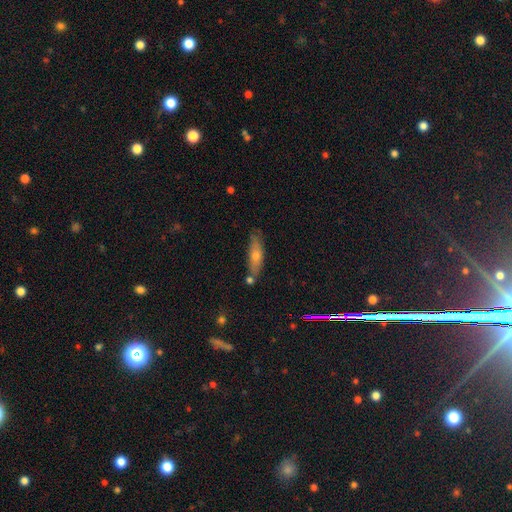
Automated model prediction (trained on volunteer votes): smooth-or-featured: smooth: 57% | featured or disk: 35% | star or artifact: 9%
  how-rounded: cigar-shaped: 62% | in between: 35% | round: 3%
  merging: none: 73% | minor disturbance: 16% | merger: 8% | major disturbance: 3%